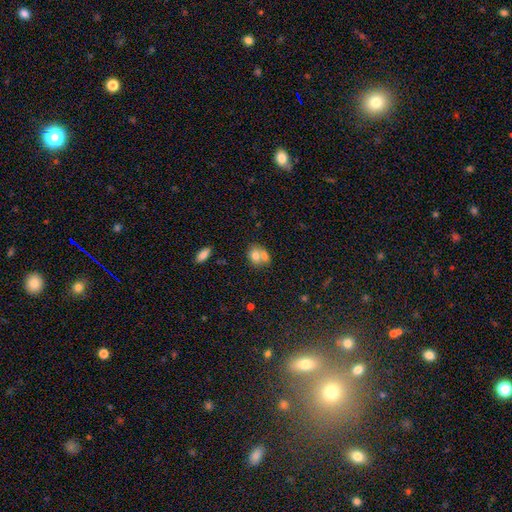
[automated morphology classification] This is likely a smooth galaxy (71%). How rounded: possibly round (52%). Merging: likely merger (61%).